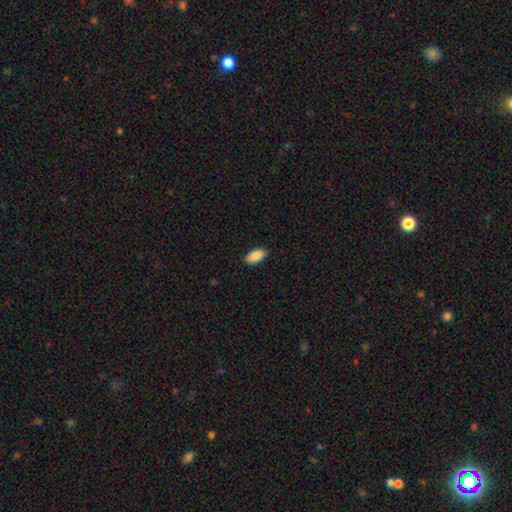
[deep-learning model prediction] This appears to be a smooth galaxy with no disk features (89%) that is in between round and cigar-shaped (94%). Merging: none (88%).